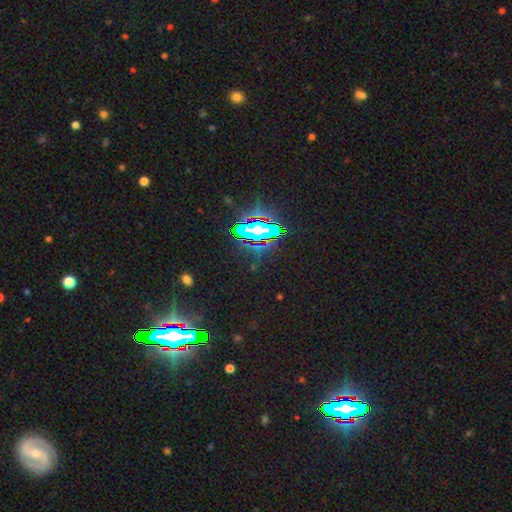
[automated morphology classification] A star or artifact, not a galaxy (80%).